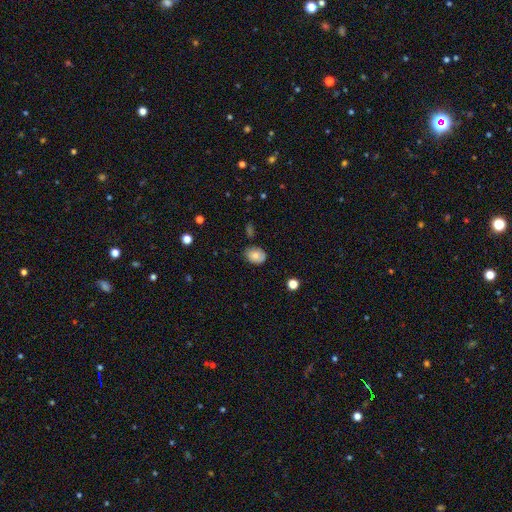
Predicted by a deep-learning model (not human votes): This is clearly a smooth galaxy (80%). How rounded: likely in between (63%). Merging: likely none (77%).